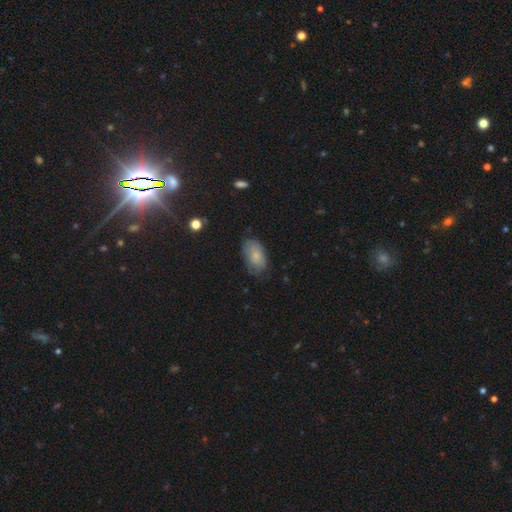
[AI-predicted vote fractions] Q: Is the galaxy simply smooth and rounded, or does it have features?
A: smooth — 77%.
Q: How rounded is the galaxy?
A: in between — 92%.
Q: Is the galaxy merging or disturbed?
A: none — 68%.